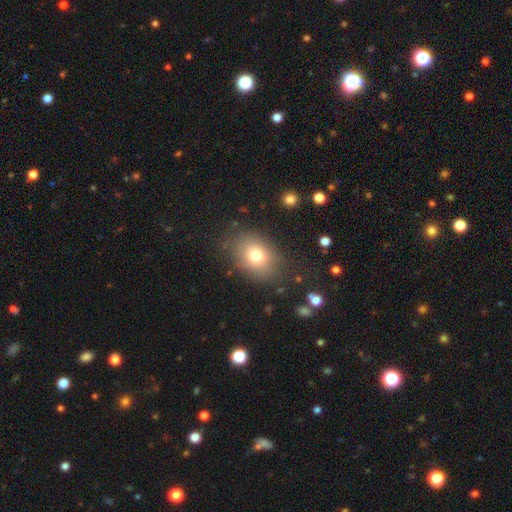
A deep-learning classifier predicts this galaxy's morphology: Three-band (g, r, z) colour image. It shows a smooth galaxy with no disk features (74%) that is in between round and cigar-shaped (67%). Merging: none (80%).